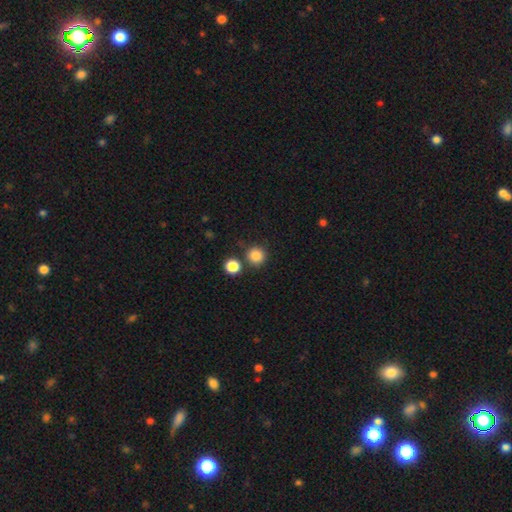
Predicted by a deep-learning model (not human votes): This appears to be a smooth galaxy with no disk features (85%) that is round (94%). Merging: none (81%).